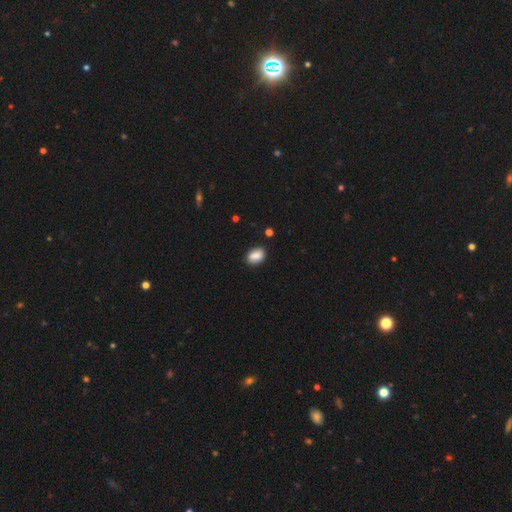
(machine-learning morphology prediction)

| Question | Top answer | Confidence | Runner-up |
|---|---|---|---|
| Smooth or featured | smooth | 84% | star or artifact (8%) |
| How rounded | in between | 78% | round (21%) |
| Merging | none | 83% | minor disturbance (12%) |